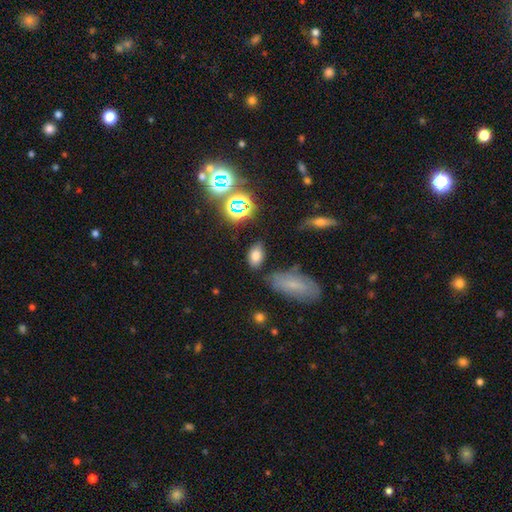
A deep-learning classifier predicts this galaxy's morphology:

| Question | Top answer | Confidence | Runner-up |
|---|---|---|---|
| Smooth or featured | smooth | 75% | star or artifact (16%) |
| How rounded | in between | 91% | round (7%) |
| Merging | none | 76% | minor disturbance (14%) |